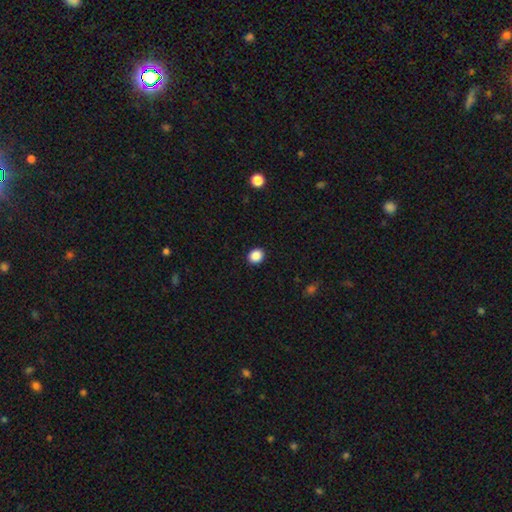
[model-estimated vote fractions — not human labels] Smooth or featured? Predicted: smooth (p=0.88). How rounded? Predicted: round (p=0.72). Merging? Predicted: none (p=0.92).